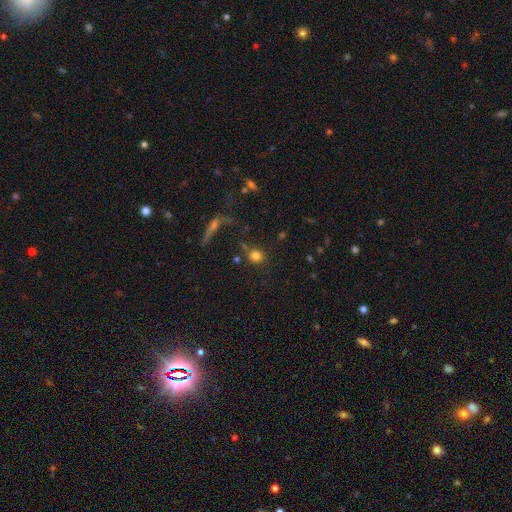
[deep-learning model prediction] Overall: smooth (79%). How rounded: round (90%). Merging: none (76%).